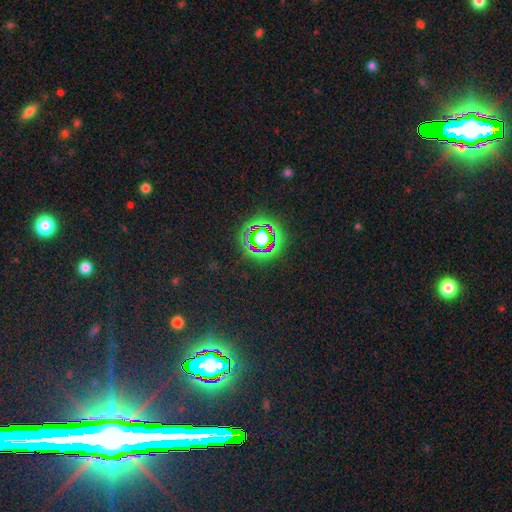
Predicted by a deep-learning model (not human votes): smooth-or-featured: star or artifact: 79% | smooth: 11% | featured or disk: 10%